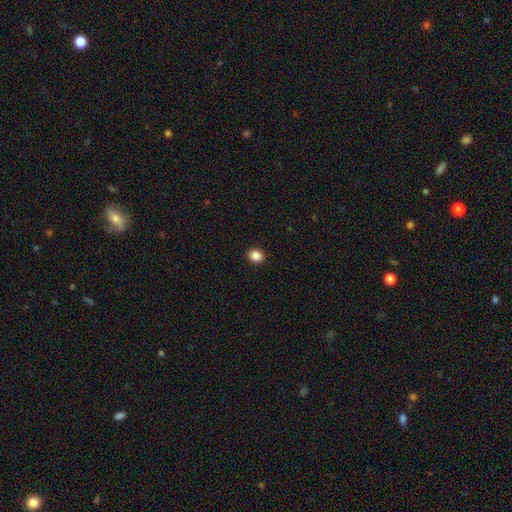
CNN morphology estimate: Smooth or featured: smooth — 86% (star or artifact — 10%)
How rounded: round — 64% (in between — 36%)
Merging: none — 92% (minor disturbance — 6%)